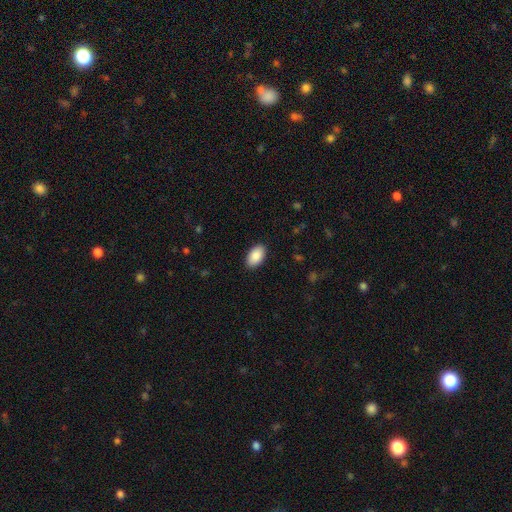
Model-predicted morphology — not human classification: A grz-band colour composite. It shows a smooth galaxy with no disk features (89%) that is in between round and cigar-shaped (95%). Merging: none (89%).